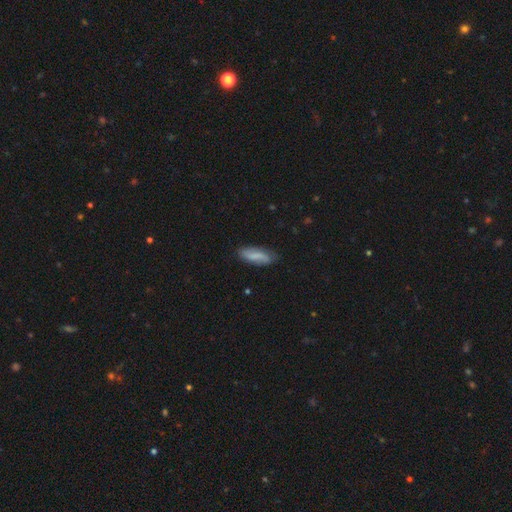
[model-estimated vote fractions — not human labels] smooth-or-featured: smooth: 71% | featured or disk: 22% | star or artifact: 7%
  how-rounded: in between: 60% | cigar-shaped: 38% | round: 2%
  merging: none: 76% | minor disturbance: 18% | major disturbance: 4% | merger: 2%